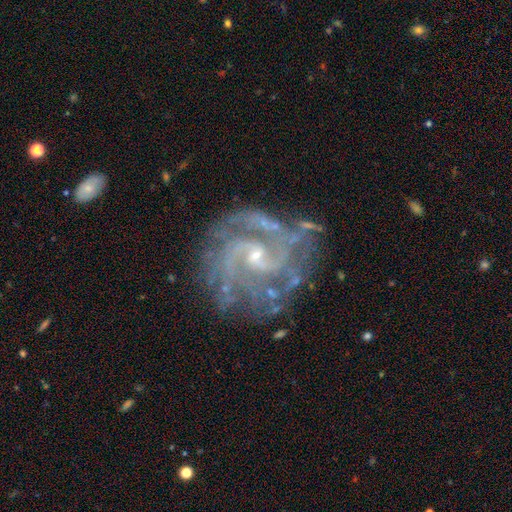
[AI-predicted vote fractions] Smooth or featured?
  - featured or disk: 87% *
  - star or artifact: 9%
  - smooth: 5%
Edge-on disk?
  - no: 98% *
  - yes: 2%
Bar?
  - weak: 47% *
  - no: 36%
  - strong: 17%
Spiral arms?
  - yes: 97% *
  - no: 3%
Spiral winding?
  - tight: 49% *
  - medium: 41%
  - loose: 10%
Spiral arm count?
  - 2: 33% *
  - 3: 23%
  - can't tell: 20%
  - 4: 11%
  - more than 4: 7%
  - 1: 7%
Bulge size?
  - small: 67% *
  - moderate: 27%
  - none: 4%
  - large: 1%
  - dominant: 1%
Merging?
  - none: 73% *
  - minor disturbance: 16%
  - major disturbance: 9%
  - merger: 2%